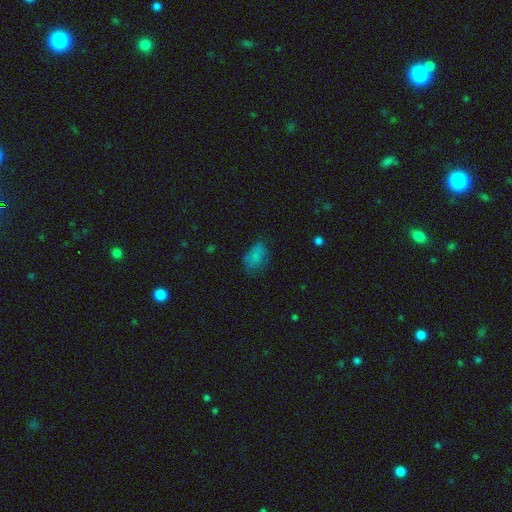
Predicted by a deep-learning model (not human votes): smooth_or_featured: smooth (p=0.76) [alt: star or artifact p=0.14]
how_rounded: in between (p=0.86) [alt: round p=0.12]
merging: none (p=0.56) [alt: minor disturbance p=0.29]